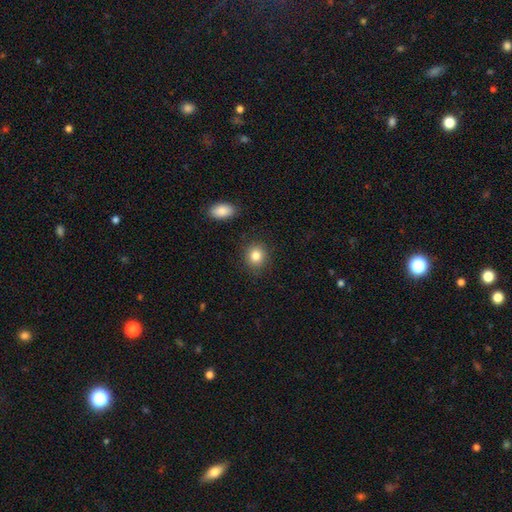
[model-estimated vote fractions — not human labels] smooth_or_featured: smooth (p=0.83) [alt: star or artifact p=0.10]
how_rounded: round (p=0.82) [alt: in between p=0.17]
merging: none (p=0.88) [alt: minor disturbance p=0.08]